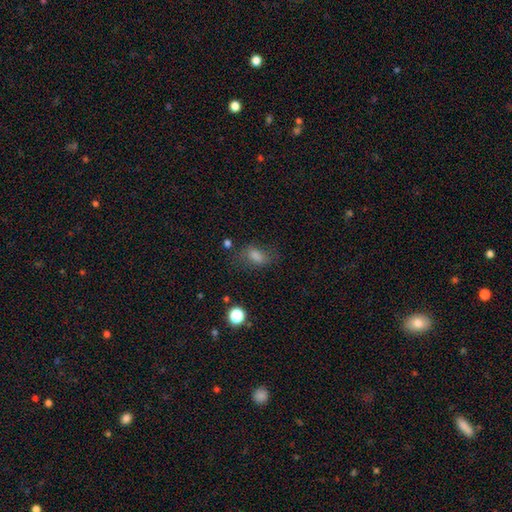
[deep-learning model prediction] Smooth or featured: smooth — 67% (star or artifact — 19%)
How rounded: in between — 79% (round — 15%)
Merging: none — 64% (minor disturbance — 21%)